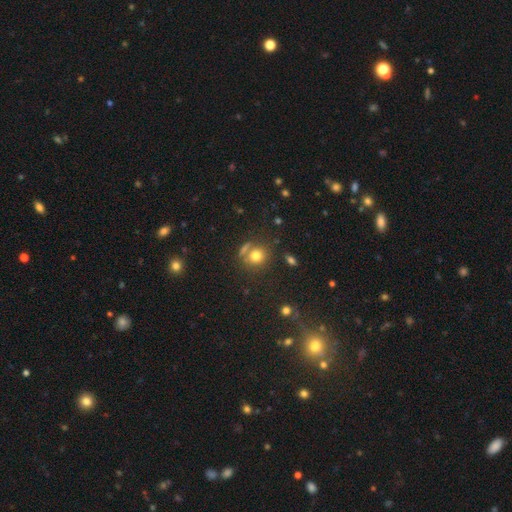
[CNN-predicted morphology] A smooth galaxy with no disk features (75%) that is round (81%).

Vote fractions:
- Smooth or featured? smooth: 75% / star or artifact: 15% / featured or disk: 10%
- How rounded? round: 81% / in between: 17% / cigar-shaped: 1%
- Merging? none: 67% / merger: 16% / minor disturbance: 12% / major disturbance: 5%